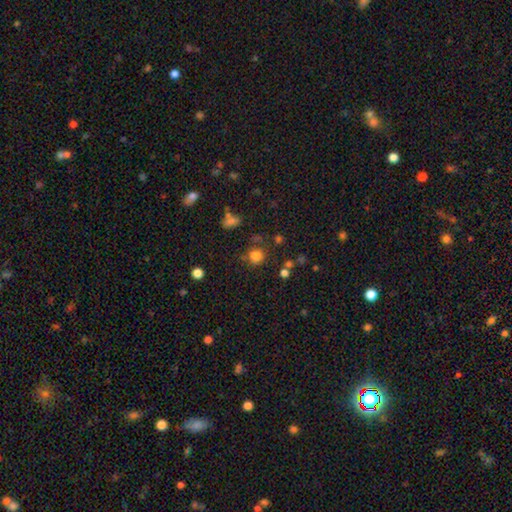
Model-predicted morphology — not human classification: The model was most divided on "merging": none: 71%, minor disturbance: 14%, merger: 9%, major disturbance: 6%. More confident: how rounded — round (84%); smooth or featured — smooth (79%).